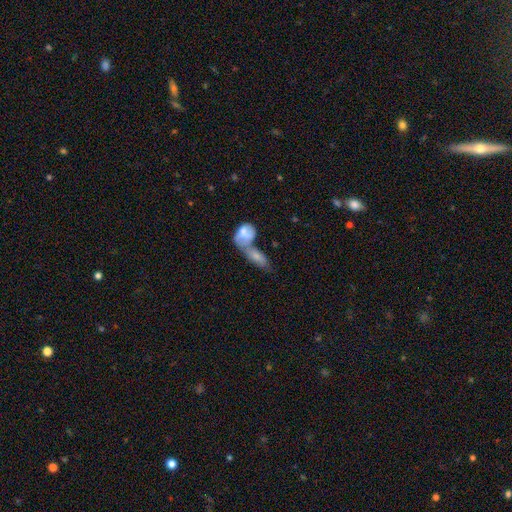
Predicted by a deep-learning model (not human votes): This is likely a smooth galaxy (63%). How rounded: likely in between (80%). Merging: likely merger (69%).